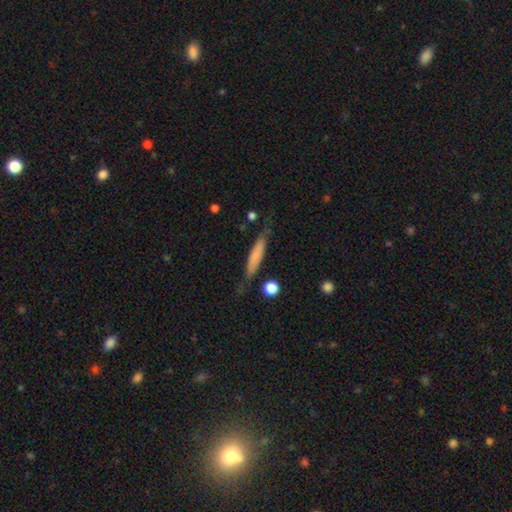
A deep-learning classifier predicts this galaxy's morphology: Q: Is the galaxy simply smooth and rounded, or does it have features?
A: smooth — 65%.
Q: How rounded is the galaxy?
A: cigar-shaped — 87%.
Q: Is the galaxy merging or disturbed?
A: none — 71%.